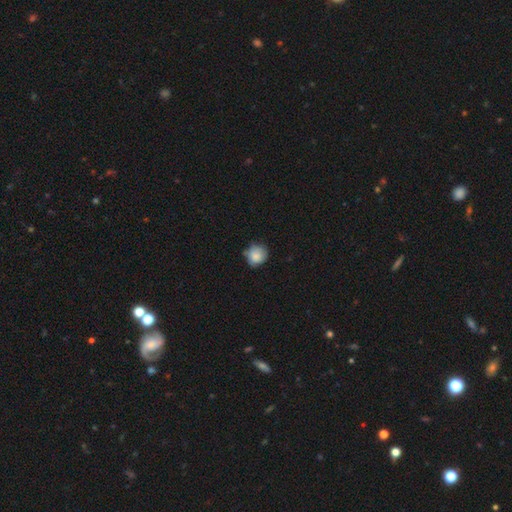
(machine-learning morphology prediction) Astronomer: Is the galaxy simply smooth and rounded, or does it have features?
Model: smooth — 84%.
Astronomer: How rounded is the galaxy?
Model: round — 87%.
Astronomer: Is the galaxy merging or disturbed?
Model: none — 69%.